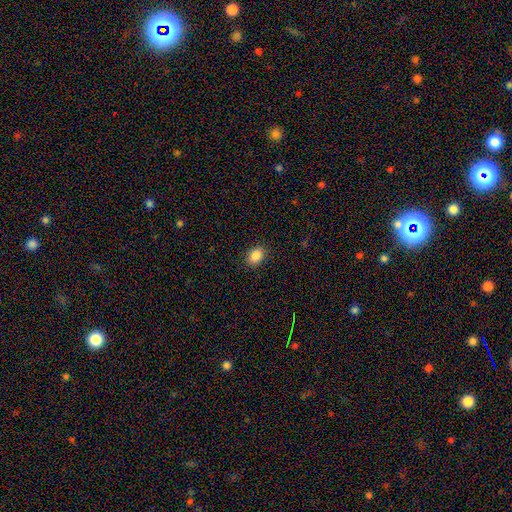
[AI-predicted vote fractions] This is clearly a smooth galaxy (87%). How rounded: likely in between (68%). Merging: clearly none (88%).